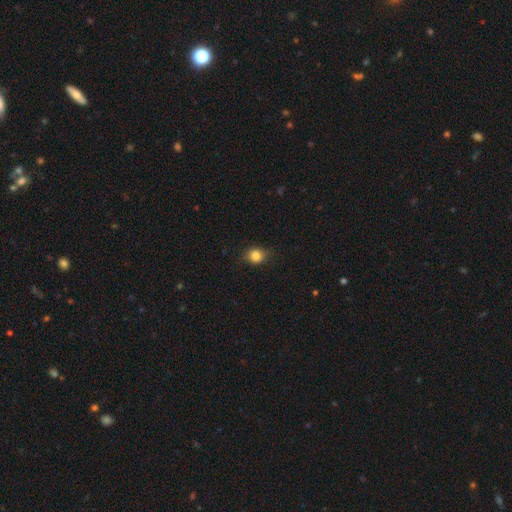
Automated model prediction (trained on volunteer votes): A smooth galaxy with no disk features (83%) that is round (69%).

Vote fractions:
- Smooth or featured? smooth: 83% / star or artifact: 11% / featured or disk: 7%
- How rounded? round: 69% / in between: 29% / cigar-shaped: 1%
- Merging? none: 80% / minor disturbance: 16% / major disturbance: 3% / merger: 1%